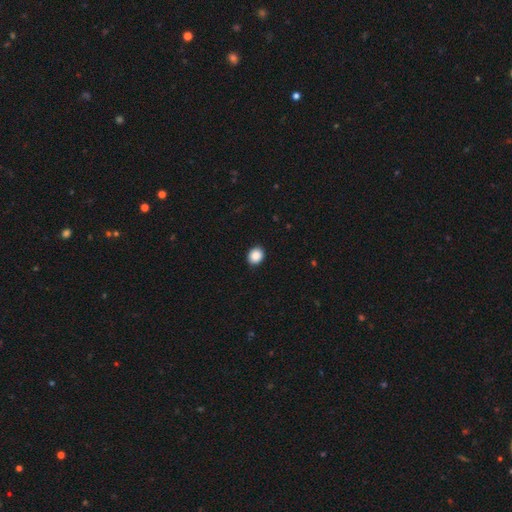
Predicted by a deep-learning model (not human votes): This is clearly a smooth galaxy (89%). How rounded: likely round (64%). Merging: clearly none (91%).